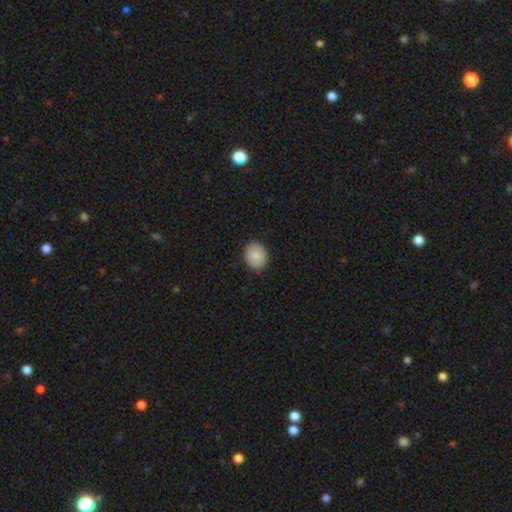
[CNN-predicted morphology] This appears to be a smooth galaxy with no disk features (87%) that is round (67%). Merging: none (89%).